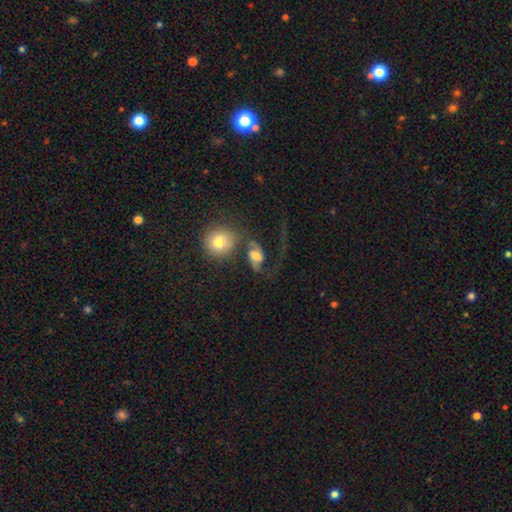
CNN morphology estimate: Smooth or featured?
  - featured or disk: 53% *
  - smooth: 36%
  - star or artifact: 11%
Edge-on disk?
  - no: 95% *
  - yes: 5%
Bar?
  - no: 53% *
  - weak: 34%
  - strong: 13%
Spiral arms?
  - yes: 80% *
  - no: 20%
Bulge size?
  - moderate: 55% *
  - large: 23%
  - small: 13%
  - none: 4%
  - dominant: 4%
Merging?
  - merger: 30% *
  - none: 29%
  - major disturbance: 28%
  - minor disturbance: 13%